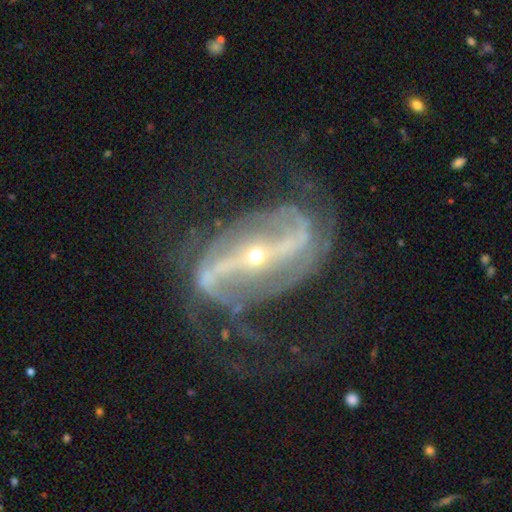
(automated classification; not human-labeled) Q: Smooth or featured?
A: featured or disk (91%); runner-up: star or artifact (6%)
Q: Edge-on disk?
A: no (93%); runner-up: yes (7%)
Q: Bar?
A: strong (76%); runner-up: weak (15%)
Q: Spiral arms?
A: yes (95%); runner-up: no (5%)
Q: Spiral winding?
A: medium (41%); tied with: loose (41%)
Q: Spiral arm count?
A: 2 (81%); runner-up: can't tell (6%)
Q: Bulge size?
A: small (77%); runner-up: moderate (20%)
Q: Merging?
A: none (57%); runner-up: major disturbance (23%)